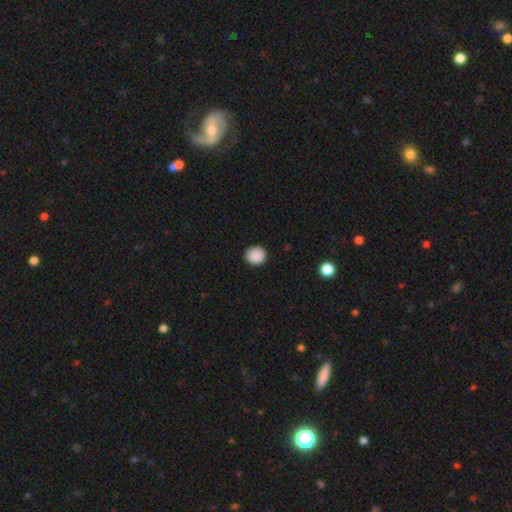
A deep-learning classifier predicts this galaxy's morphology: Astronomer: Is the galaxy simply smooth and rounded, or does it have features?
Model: smooth — 89%.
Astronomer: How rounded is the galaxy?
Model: round — 88%.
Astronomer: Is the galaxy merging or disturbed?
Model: none — 92%.